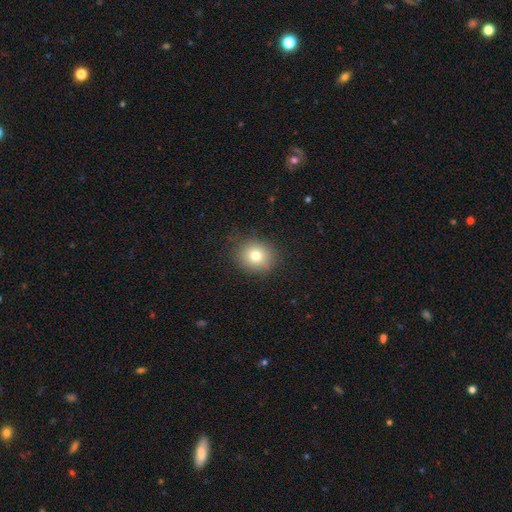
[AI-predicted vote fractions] This appears to be a smooth galaxy with no disk features (78%) that is round (81%). Merging: none (87%).